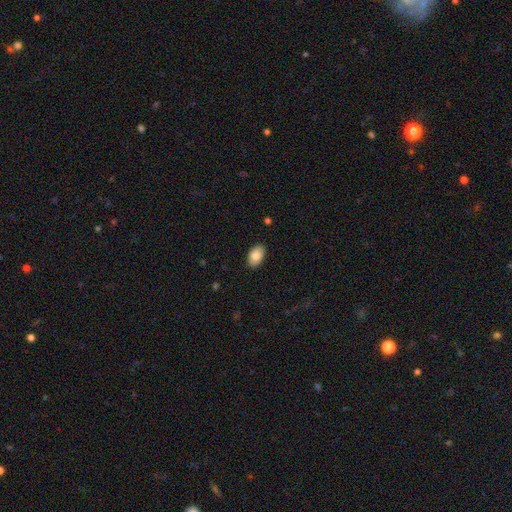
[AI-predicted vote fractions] A smooth galaxy with no disk features (85%) that is in between round and cigar-shaped (92%). Merging: none (88%).